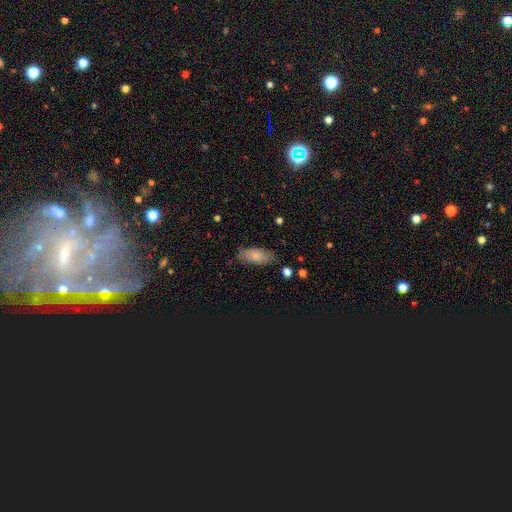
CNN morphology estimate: Smooth or featured: smooth — 81% (featured or disk — 13%)
How rounded: in between — 85% (cigar-shaped — 13%)
Merging: none — 77% (minor disturbance — 18%)